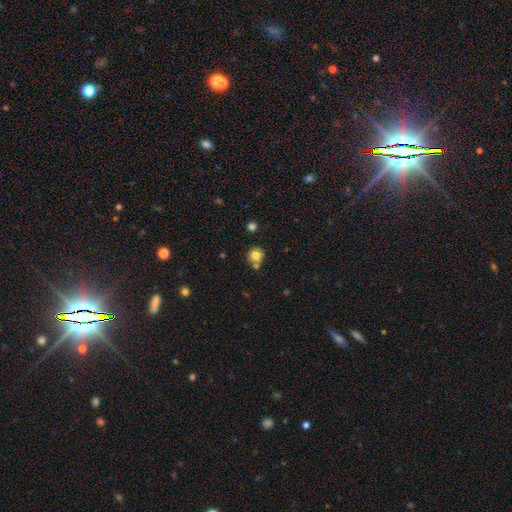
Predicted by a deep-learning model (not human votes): smooth_or_featured: smooth (p=0.80) [alt: star or artifact p=0.12]
how_rounded: round (p=0.89) [alt: in between p=0.10]
merging: none (p=0.69) [alt: merger p=0.18]